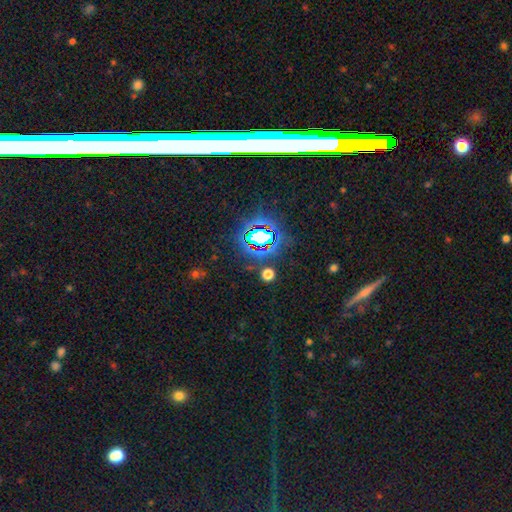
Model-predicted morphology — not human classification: This is likely a star or artifact rather than a galaxy (73%).